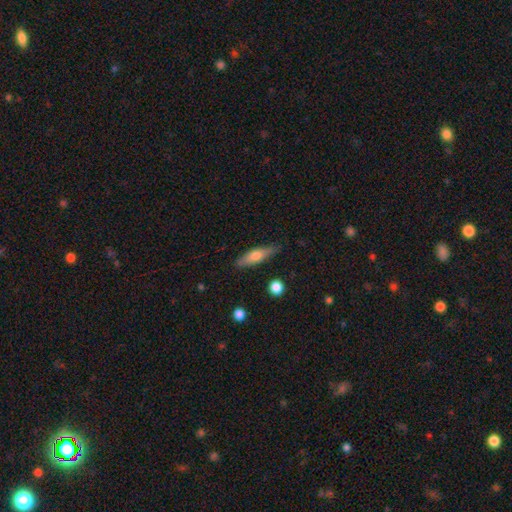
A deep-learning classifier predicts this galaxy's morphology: type=smooth (59%); roundness=cigar-shaped (64%); merging=none (82%).